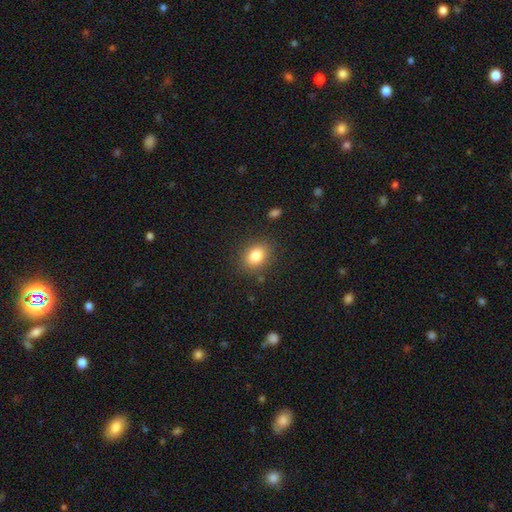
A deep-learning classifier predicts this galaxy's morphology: A smooth galaxy with no disk features (82%) that is in between round and cigar-shaped (66%).

Vote fractions:
- Smooth or featured? smooth: 82% / star or artifact: 10% / featured or disk: 8%
- How rounded? in between: 66% / round: 33% / cigar-shaped: 1%
- Merging? none: 85% / minor disturbance: 10% / major disturbance: 3% / merger: 2%